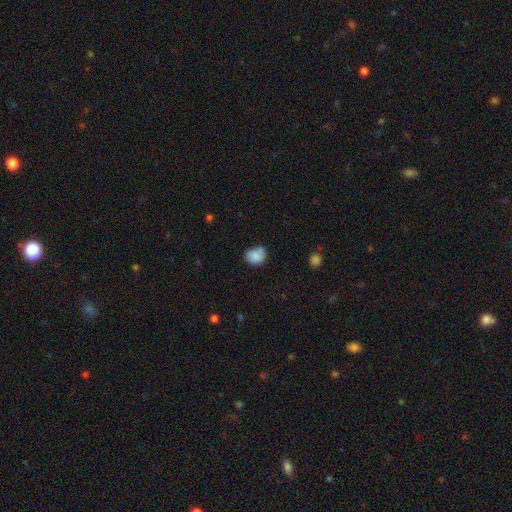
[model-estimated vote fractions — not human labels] Q: Smooth or featured?
A: smooth (80%); runner-up: featured or disk (11%)
Q: How rounded?
A: round (56%); runner-up: in between (43%)
Q: Merging?
A: none (51%); runner-up: minor disturbance (29%)